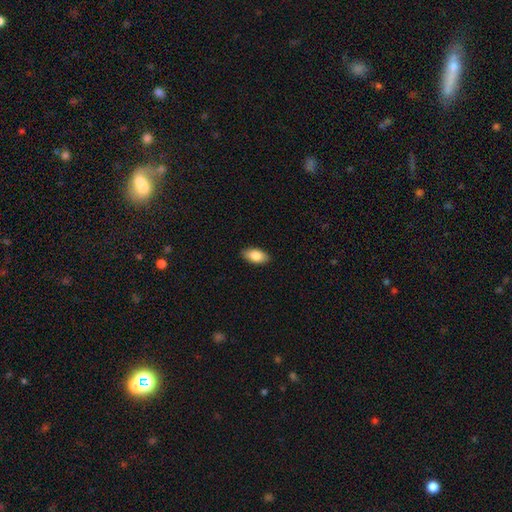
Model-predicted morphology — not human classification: Overall: smooth (86%). How rounded: in between (93%). Merging: none (89%).